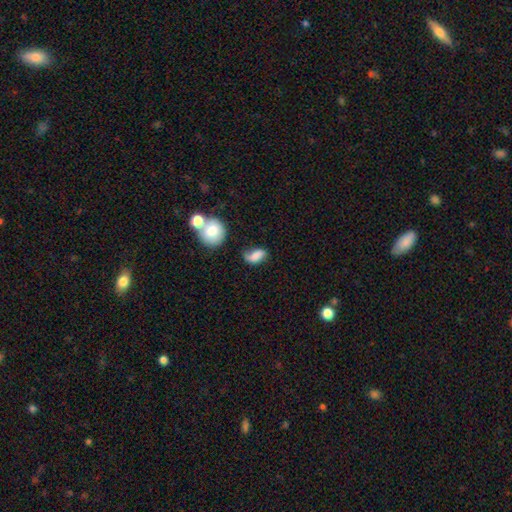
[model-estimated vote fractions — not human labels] Smooth or featured? Predicted: smooth (p=0.66). How rounded? Predicted: in between (p=0.81). Merging? Predicted: none (p=0.44).